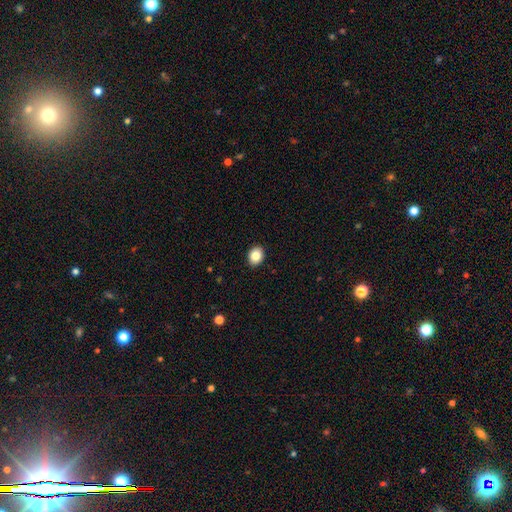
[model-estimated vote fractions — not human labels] Smooth or featured? smooth (85%)
How rounded? in between (53%)
Merging? none (91%)